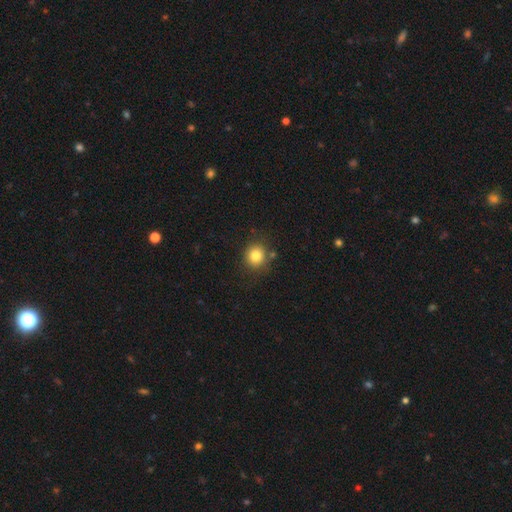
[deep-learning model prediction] Smooth or featured? smooth (82%)
How rounded? round (87%)
Merging? none (82%)